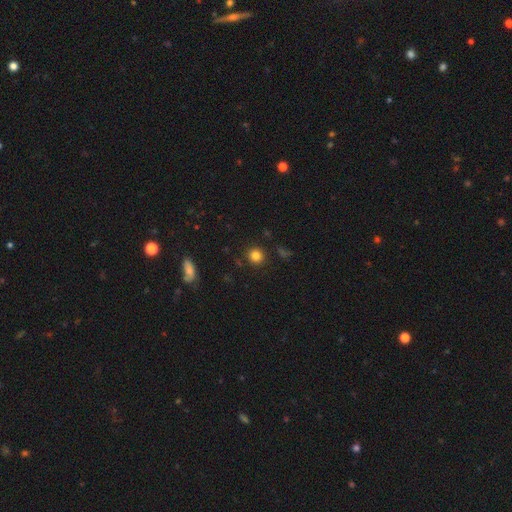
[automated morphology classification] A smooth galaxy with no disk features (83%) that is round (91%). Merging: none (90%).